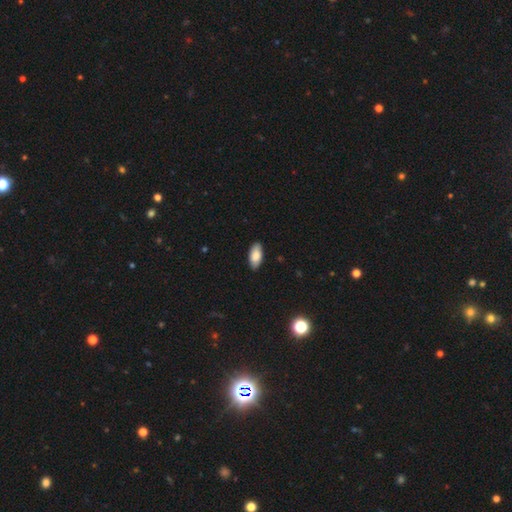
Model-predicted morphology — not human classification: Smooth or featured? Predicted: smooth (p=0.86). How rounded? Predicted: in between (p=0.92). Merging? Predicted: none (p=0.87).